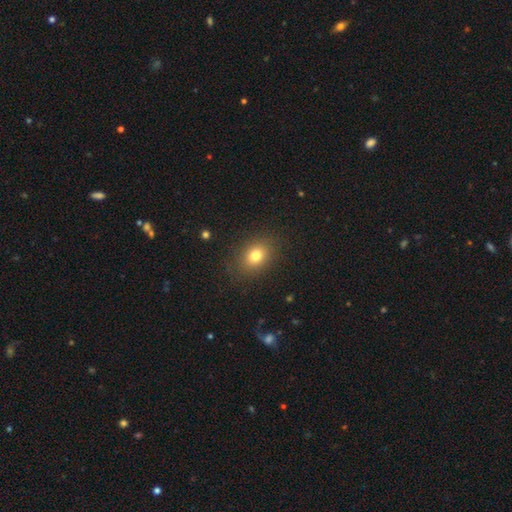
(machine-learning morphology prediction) This appears to be a smooth galaxy with no disk features (78%) that is in between round and cigar-shaped (61%). Merging: none (86%).